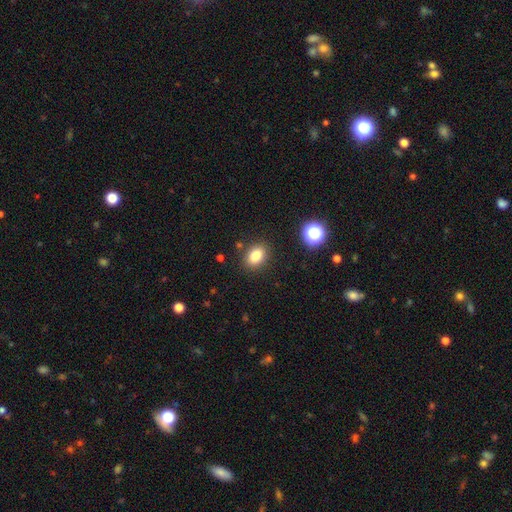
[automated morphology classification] A smooth galaxy with no disk features (83%) that is in between round and cigar-shaped (76%). Merging: none (86%).